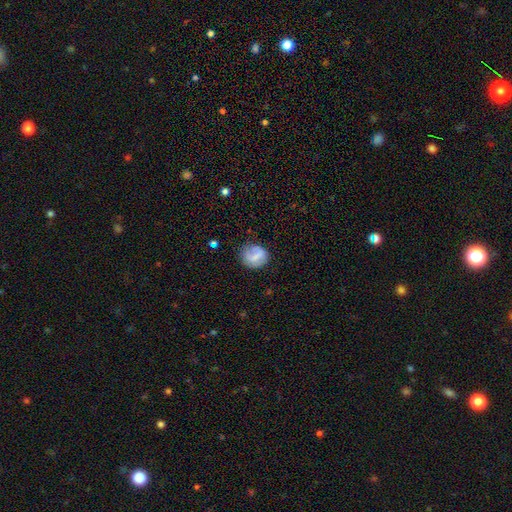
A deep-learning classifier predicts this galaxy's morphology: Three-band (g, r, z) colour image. It shows a smooth galaxy with no disk features (62%) that is round (76%). Merging: none (70%).